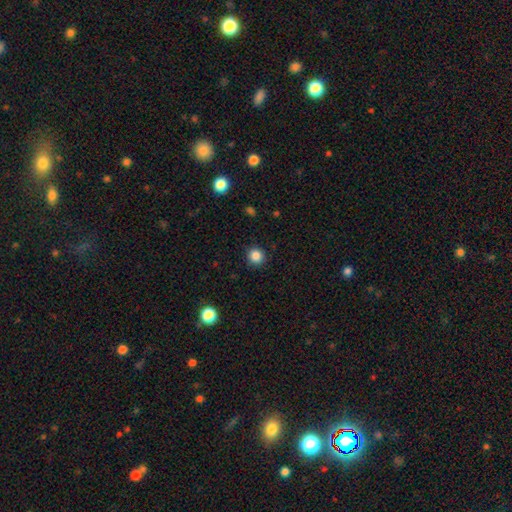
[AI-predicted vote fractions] smooth 85%, star or artifact 11%, featured or disk 4%. Down the decision tree: how rounded — round (91%); merging — none (90%).